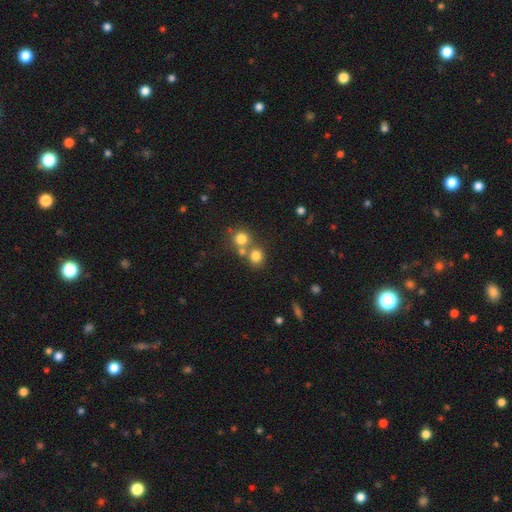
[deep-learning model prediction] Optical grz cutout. It shows a smooth galaxy with no disk features (76%) that is round (84%). Merging: none (55%).